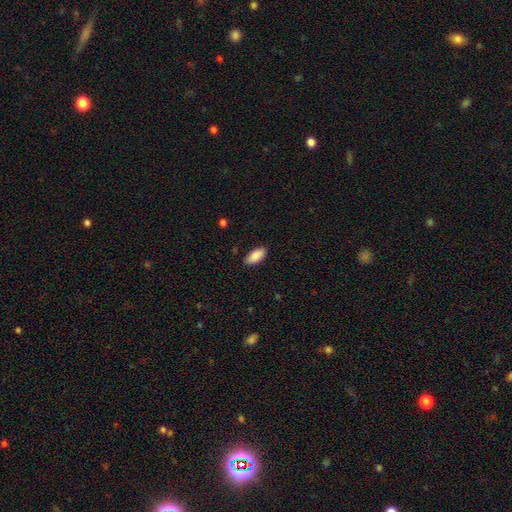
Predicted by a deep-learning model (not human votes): The model was most divided on "merging": none: 87%, minor disturbance: 10%, major disturbance: 2%, merger: 1%. More confident: how rounded — in between (89%); smooth or featured — smooth (88%).